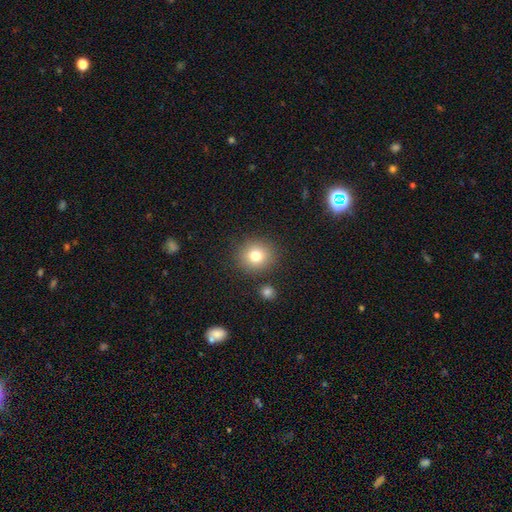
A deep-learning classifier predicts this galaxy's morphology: smooth_or_featured: smooth (p=0.79) [alt: star or artifact p=0.12]
how_rounded: round (p=0.86) [alt: in between p=0.13]
merging: none (p=0.85) [alt: minor disturbance p=0.08]